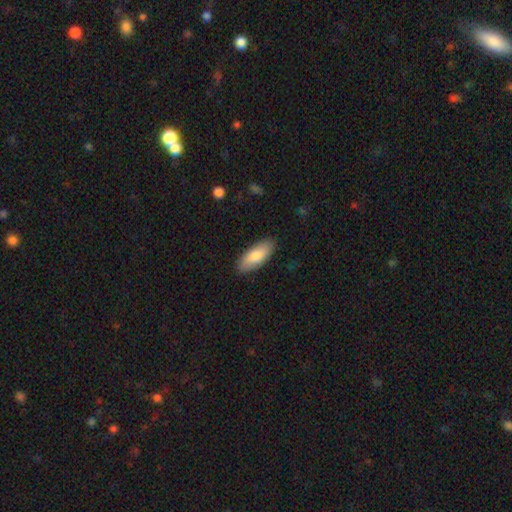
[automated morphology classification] smooth_or_featured: smooth (p=0.79) [alt: featured or disk p=0.15]
how_rounded: in between (p=0.80) [alt: cigar-shaped p=0.18]
merging: none (p=0.88) [alt: minor disturbance p=0.09]